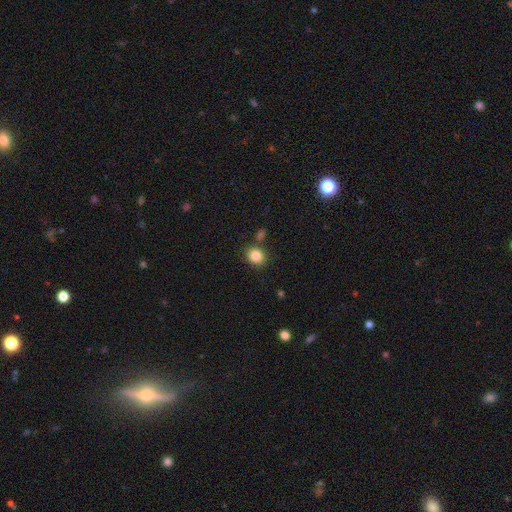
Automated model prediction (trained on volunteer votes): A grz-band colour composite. It shows a smooth galaxy with no disk features (85%) that is round (69%). Merging: none (80%).